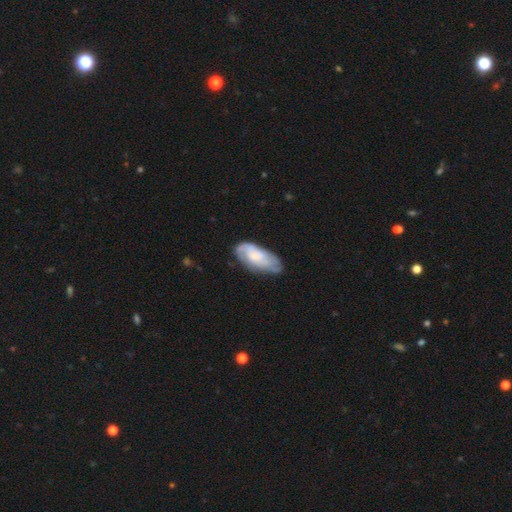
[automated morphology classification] smooth-or-featured: featured or disk: 52% | smooth: 42% | star or artifact: 6%
  disk-edge-on: no: 92% | yes: 8%
  merging: none: 57% | minor disturbance: 30% | major disturbance: 11% | merger: 2%